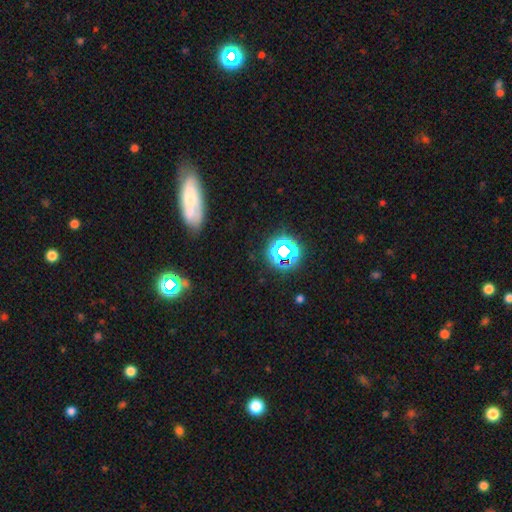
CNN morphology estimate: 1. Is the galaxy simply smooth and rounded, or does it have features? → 57% star or artifact, 29% smooth, 13% featured or disk.